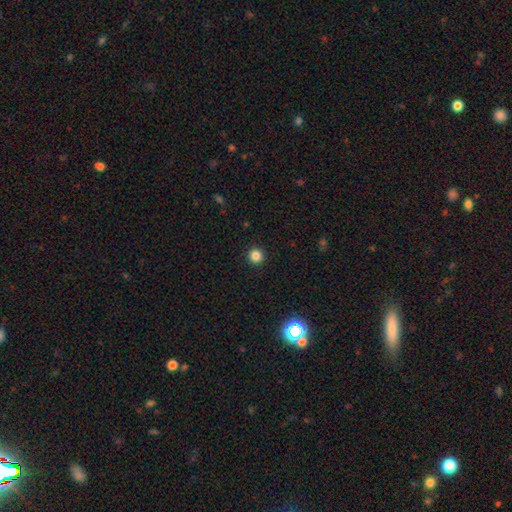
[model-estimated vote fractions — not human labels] Overall: smooth (84%). How rounded: round (96%). Merging: none (93%).